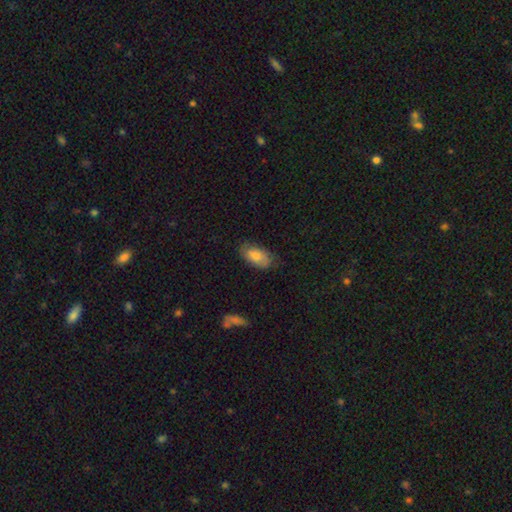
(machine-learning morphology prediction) smooth_or_featured: smooth (p=0.74) [alt: featured or disk p=0.20]
how_rounded: in between (p=0.93) [alt: round p=0.04]
merging: none (p=0.74) [alt: minor disturbance p=0.20]